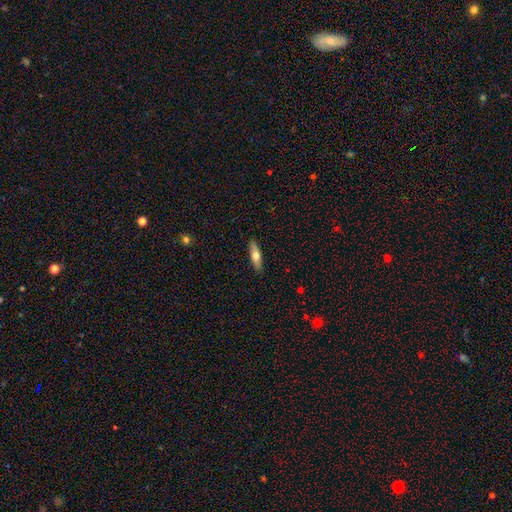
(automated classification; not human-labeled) This appears to be a smooth galaxy with no disk features (59%) that is cigar-shaped (63%). Merging: none (89%).